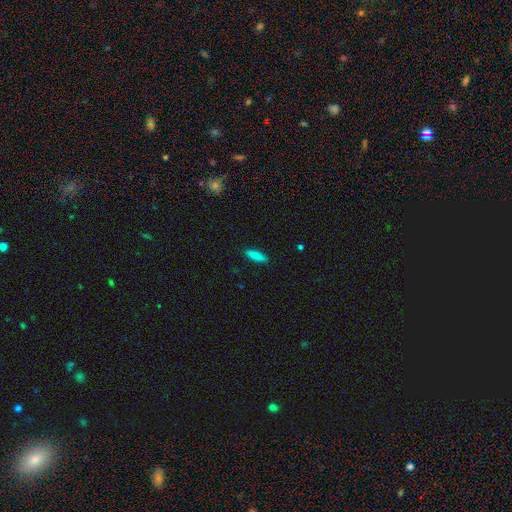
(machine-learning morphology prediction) Smooth or featured?
  - smooth: 85% *
  - star or artifact: 8%
  - featured or disk: 7%
How rounded?
  - cigar-shaped: 61% *
  - in between: 37%
  - round: 2%
Merging?
  - none: 89% *
  - minor disturbance: 8%
  - major disturbance: 2%
  - merger: 1%